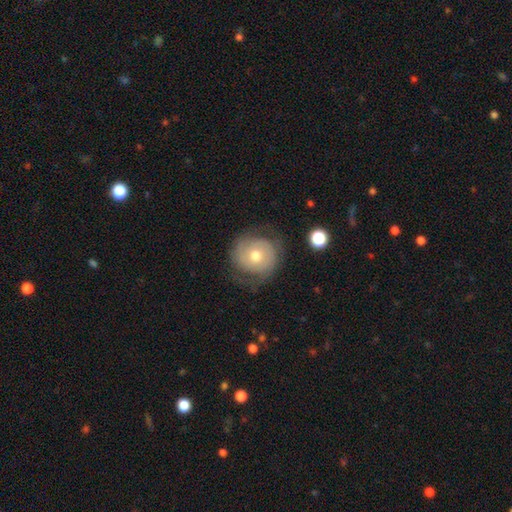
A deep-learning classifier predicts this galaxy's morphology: smooth_or_featured: featured or disk (p=0.58) [alt: smooth p=0.34]
disk_edge_on: no (p=0.97) [alt: yes p=0.03]
bar: no (p=0.77) [alt: weak p=0.19]
has_spiral_arms: yes (p=0.78) [alt: no p=0.22]
bulge_size: moderate (p=0.67) [alt: small p=0.27]
merging: none (p=0.68) [alt: minor disturbance p=0.18]